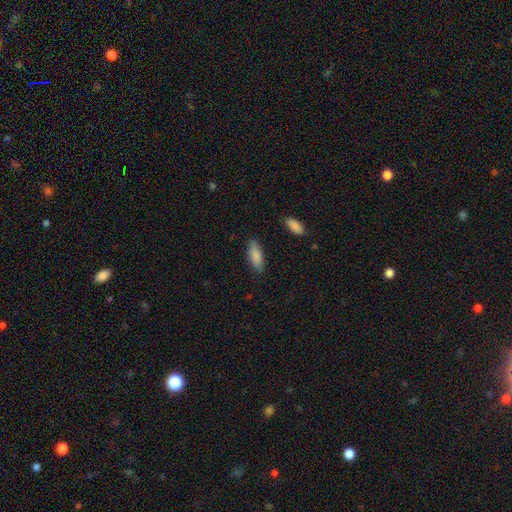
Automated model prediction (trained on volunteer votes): Smooth or featured? smooth (84%)
How rounded? in between (72%)
Merging? none (82%)